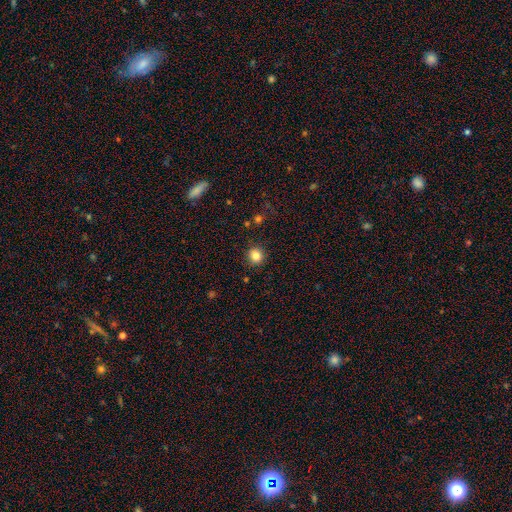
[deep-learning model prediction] Smooth or featured? Predicted: smooth (p=0.84). How rounded? Predicted: round (p=0.91). Merging? Predicted: none (p=0.90).